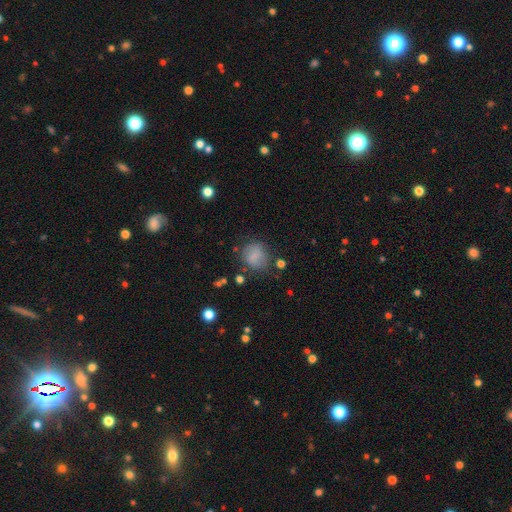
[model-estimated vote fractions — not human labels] Smooth or featured? Predicted: smooth (p=0.75). How rounded? Predicted: round (p=0.72). Merging? Predicted: none (p=0.66).